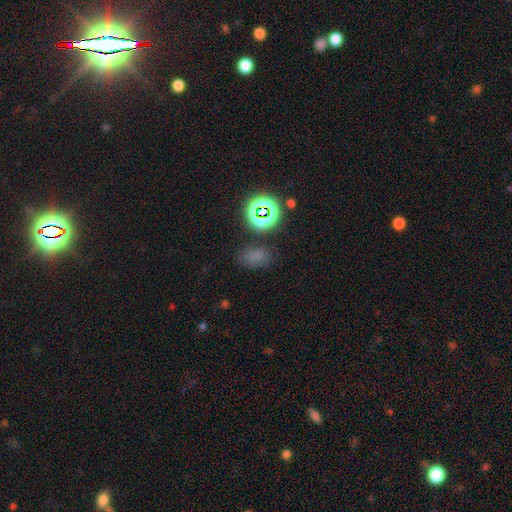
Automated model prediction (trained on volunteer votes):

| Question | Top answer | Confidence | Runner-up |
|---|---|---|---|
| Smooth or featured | smooth | 63% | star or artifact (29%) |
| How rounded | in between | 78% | round (19%) |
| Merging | none | 76% | minor disturbance (15%) |